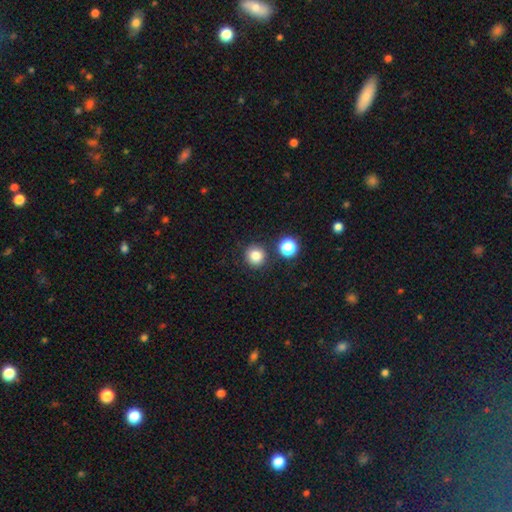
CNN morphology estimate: A smooth galaxy with no disk features (81%) that is round (92%). Merging: none (85%).